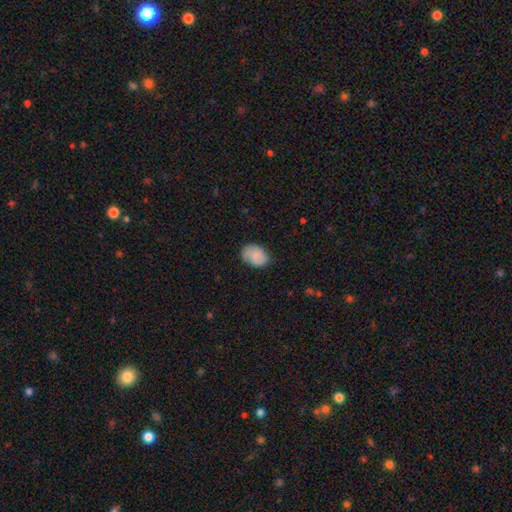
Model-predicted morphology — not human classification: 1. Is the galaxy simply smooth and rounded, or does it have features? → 80% smooth, 13% featured or disk, 7% star or artifact.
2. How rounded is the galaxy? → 79% in between, 20% round, 1% cigar-shaped.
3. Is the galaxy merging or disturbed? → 75% none, 20% minor disturbance, 4% major disturbance, 1% merger.